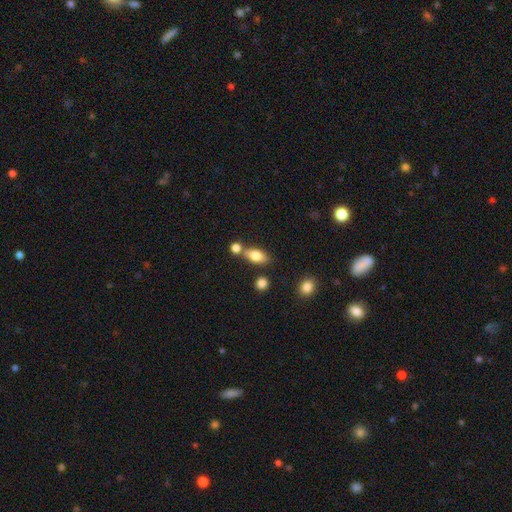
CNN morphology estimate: Q: Smooth or featured?
A: smooth (77%); runner-up: featured or disk (15%)
Q: How rounded?
A: in between (79%); runner-up: cigar-shaped (11%)
Q: Merging?
A: none (58%); runner-up: merger (26%)